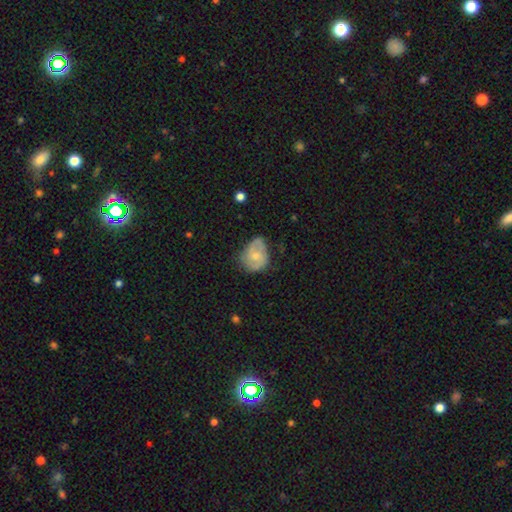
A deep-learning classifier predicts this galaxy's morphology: smooth-or-featured: featured or disk: 51% | smooth: 42% | star or artifact: 7%
  disk-edge-on: no: 97% | yes: 3%
  merging: none: 51% | minor disturbance: 35% | major disturbance: 13% | merger: 2%